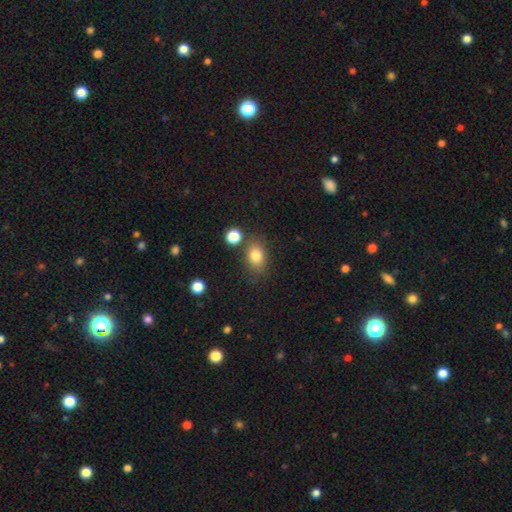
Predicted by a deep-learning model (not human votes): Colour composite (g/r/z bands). It shows a smooth galaxy with no disk features (81%) that is in between round and cigar-shaped (74%). Merging: none (73%).